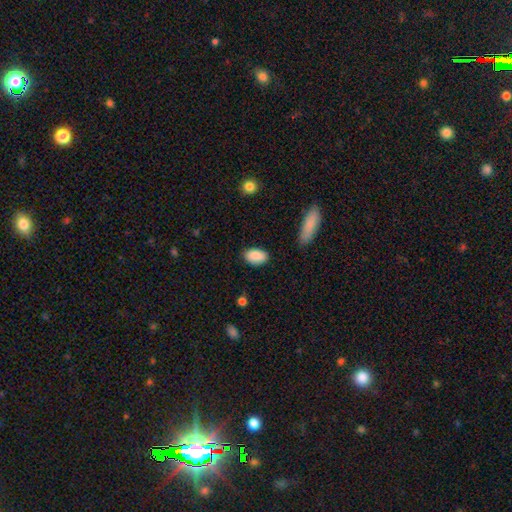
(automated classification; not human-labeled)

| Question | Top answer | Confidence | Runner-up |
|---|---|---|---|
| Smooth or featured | smooth | 88% | star or artifact (6%) |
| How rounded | in between | 92% | round (6%) |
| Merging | none | 83% | minor disturbance (13%) |